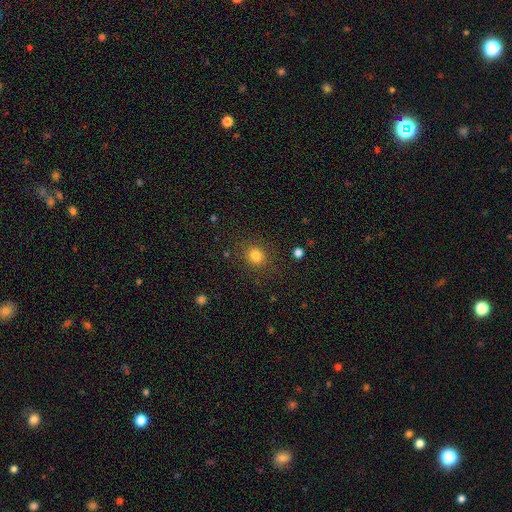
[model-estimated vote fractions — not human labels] A smooth galaxy with no disk features (81%) that is round (77%).

Vote fractions:
- Smooth or featured? smooth: 81% / star or artifact: 13% / featured or disk: 6%
- How rounded? round: 77% / in between: 22% / cigar-shaped: 1%
- Merging? none: 85% / minor disturbance: 9% / major disturbance: 4% / merger: 2%